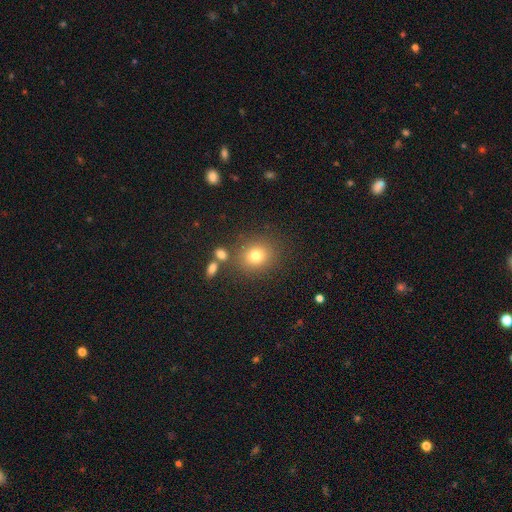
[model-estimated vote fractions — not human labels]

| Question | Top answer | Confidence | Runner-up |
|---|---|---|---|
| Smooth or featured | smooth | 78% | star or artifact (13%) |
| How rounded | round | 75% | in between (24%) |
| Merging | none | 79% | minor disturbance (10%) |